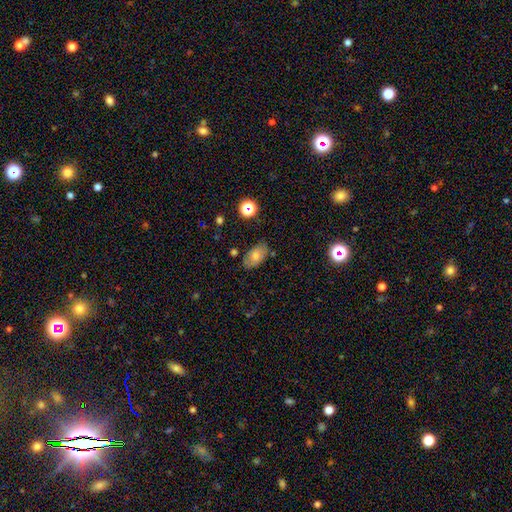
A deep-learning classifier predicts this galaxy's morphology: The model was most divided on "smooth or featured": smooth: 64%, featured or disk: 23%, star or artifact: 12%. More confident: how rounded — in between (90%); merging — none (74%).